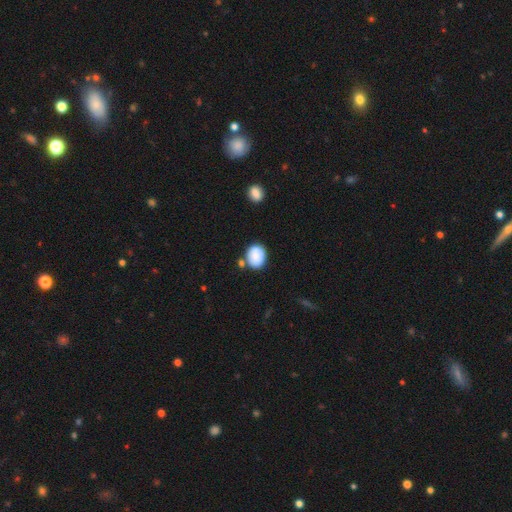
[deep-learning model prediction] This appears to be a smooth galaxy with no disk features (83%) that is round (53%). Merging: none (66%).